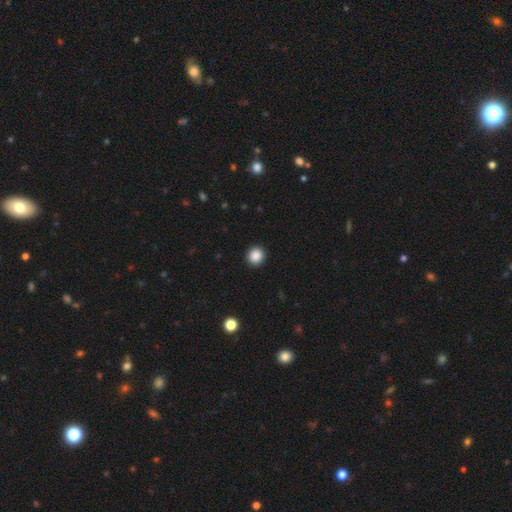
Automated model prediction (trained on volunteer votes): smooth-or-featured: smooth: 88% | star or artifact: 10% | featured or disk: 3%
  how-rounded: round: 91% | in between: 8% | cigar-shaped: 1%
  merging: none: 93% | minor disturbance: 5% | major disturbance: 2% | merger: 1%